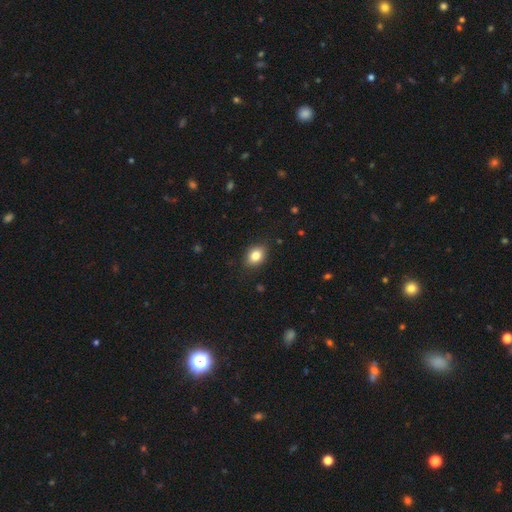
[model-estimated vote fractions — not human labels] This is clearly a smooth galaxy (82%). How rounded: likely in between (66%). Merging: clearly none (86%).